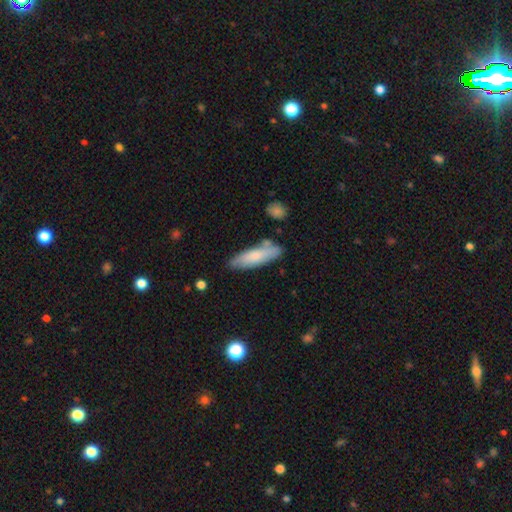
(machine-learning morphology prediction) smooth_or_featured: smooth (p=0.73) [alt: featured or disk p=0.21]
how_rounded: cigar-shaped (p=0.57) [alt: in between p=0.42]
merging: none (p=0.74) [alt: minor disturbance p=0.17]